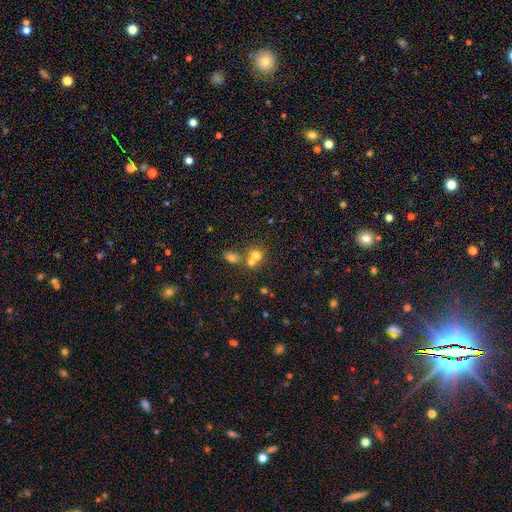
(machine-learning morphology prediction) Smooth or featured: smooth — 69% (star or artifact — 17%)
How rounded: round — 74% (in between — 25%)
Merging: merger — 53% (none — 37%)